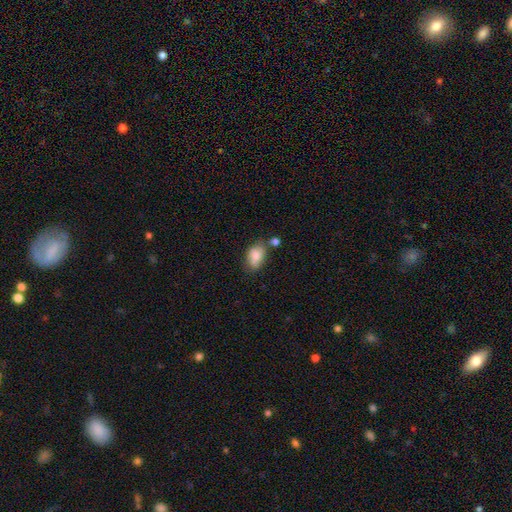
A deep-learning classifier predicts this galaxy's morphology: Q: Smooth or featured?
A: smooth (79%); runner-up: featured or disk (13%)
Q: How rounded?
A: in between (89%); runner-up: round (9%)
Q: Merging?
A: none (59%); runner-up: minor disturbance (23%)